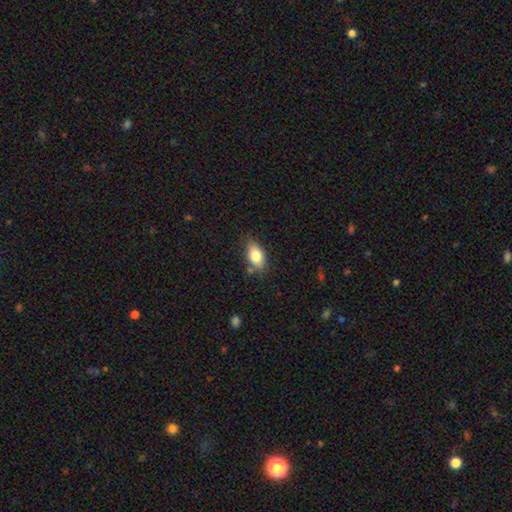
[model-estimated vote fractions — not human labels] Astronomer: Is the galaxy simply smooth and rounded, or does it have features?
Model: smooth — 80%.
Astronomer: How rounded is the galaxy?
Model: in between — 88%.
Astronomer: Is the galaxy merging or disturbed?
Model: none — 76%.